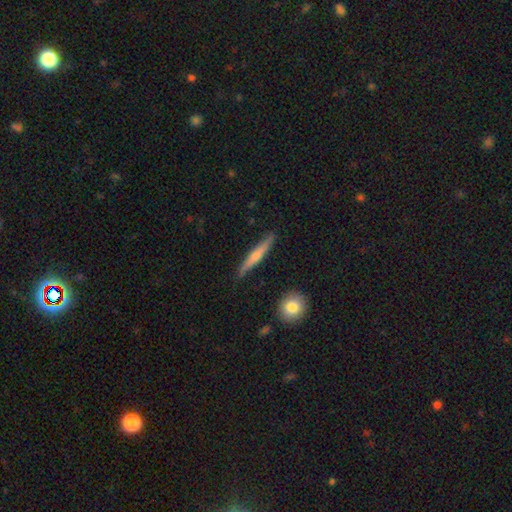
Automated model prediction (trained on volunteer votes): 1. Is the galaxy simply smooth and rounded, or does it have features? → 50% smooth, 44% featured or disk, 5% star or artifact.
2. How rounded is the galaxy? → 93% cigar-shaped, 5% in between, 2% round.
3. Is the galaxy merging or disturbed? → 87% none, 10% minor disturbance, 2% major disturbance, 2% merger.